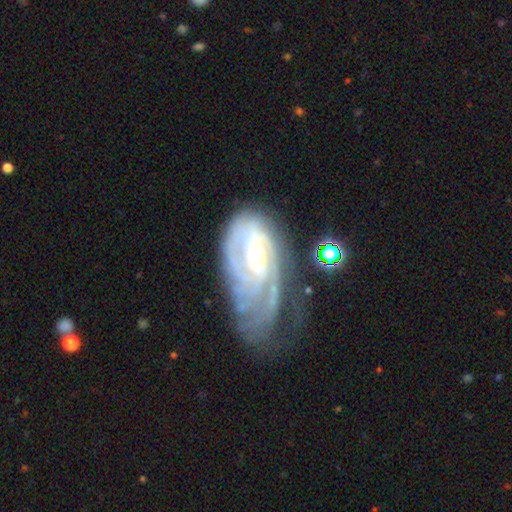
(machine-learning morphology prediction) smooth-or-featured: featured or disk: 84% | smooth: 9% | star or artifact: 6%
  disk-edge-on: no: 96% | yes: 4%
    bar: no: 44% | weak: 39% | strong: 16%
    has-spiral-arms: yes: 93% | no: 7%
      spiral-winding: tight: 64% | medium: 28% | loose: 8%
      spiral-arm-count: can't tell: 39% | 2: 27% | 3: 15% | 4: 7% | 1: 7% | more than 4: 4%
    bulge-size: small: 61% | moderate: 34% | large: 2% | none: 2% | dominant: 1%
  merging: major disturbance: 36% | none: 30% | minor disturbance: 29% | merger: 5%